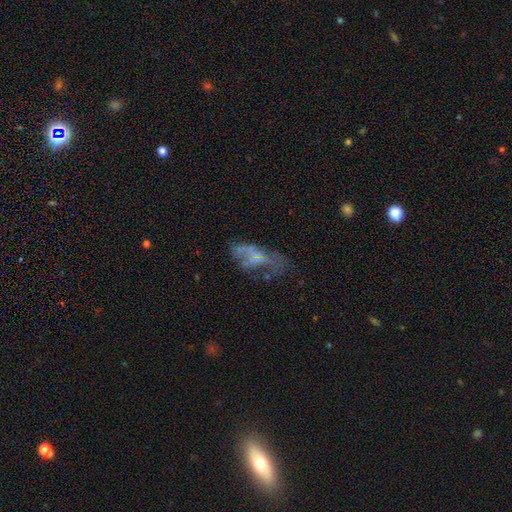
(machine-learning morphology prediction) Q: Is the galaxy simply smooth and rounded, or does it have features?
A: featured or disk — 49%.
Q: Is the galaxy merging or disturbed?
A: none — 37%.